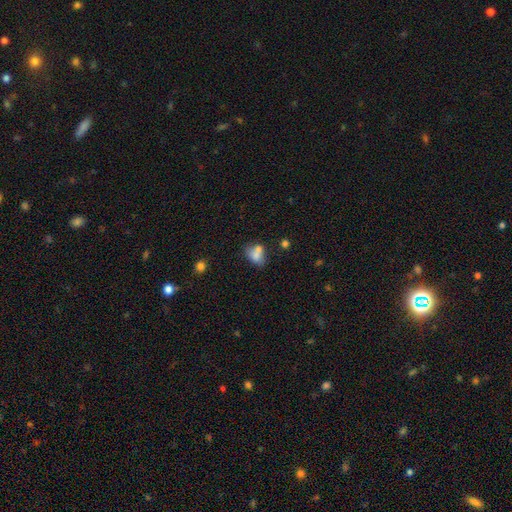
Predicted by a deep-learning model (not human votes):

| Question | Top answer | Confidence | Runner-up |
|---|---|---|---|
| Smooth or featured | smooth | 73% | featured or disk (16%) |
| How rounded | in between | 73% | round (25%) |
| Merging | merger | 41% | none (35%) |